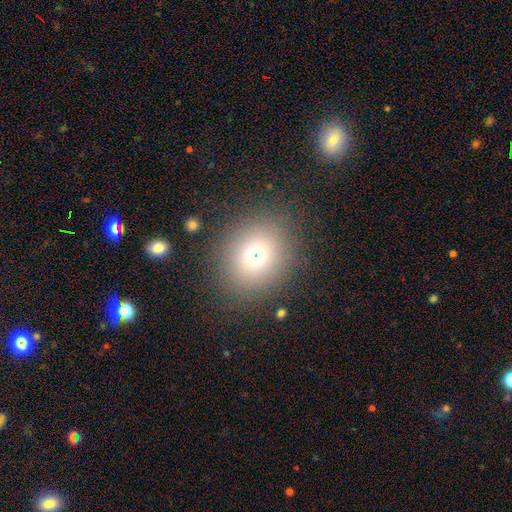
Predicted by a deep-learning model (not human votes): A smooth galaxy with no disk features (68%) that is round (80%). Merging: none (82%).